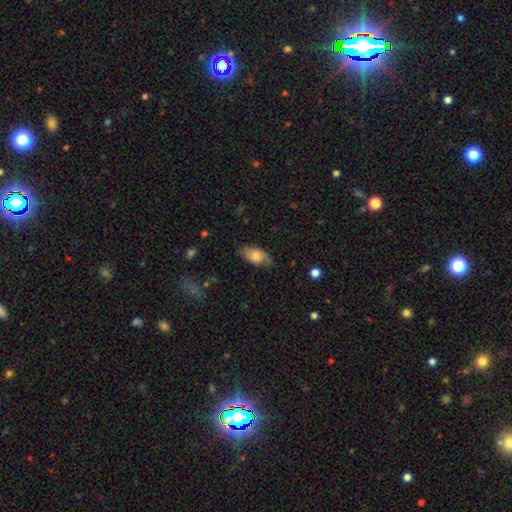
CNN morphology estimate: smooth-or-featured: smooth: 63% | featured or disk: 29% | star or artifact: 7%
  how-rounded: in between: 91% | round: 5% | cigar-shaped: 4%
  merging: none: 67% | minor disturbance: 25% | major disturbance: 7% | merger: 1%